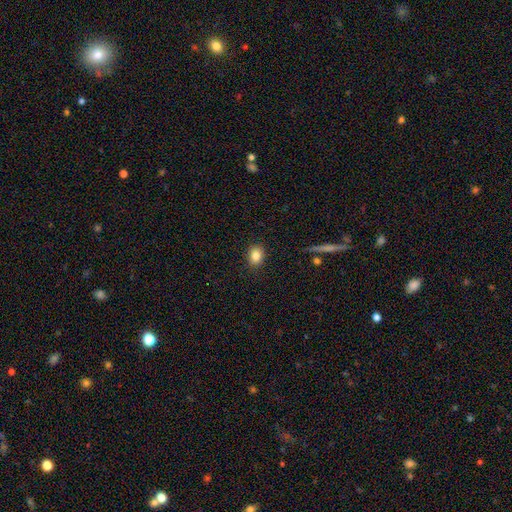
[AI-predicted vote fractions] smooth-or-featured: smooth: 84% | star or artifact: 10% | featured or disk: 6%
  how-rounded: in between: 56% | round: 42% | cigar-shaped: 1%
  merging: none: 89% | minor disturbance: 8% | major disturbance: 2% | merger: 1%